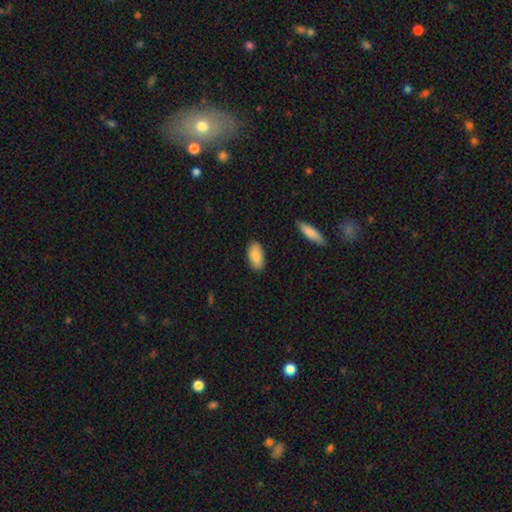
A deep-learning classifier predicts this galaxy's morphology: Smooth or featured? Predicted: smooth (p=0.86). How rounded? Predicted: in between (p=0.93). Merging? Predicted: none (p=0.87).